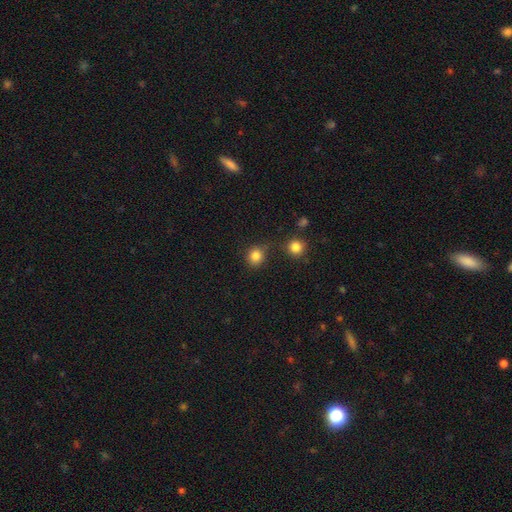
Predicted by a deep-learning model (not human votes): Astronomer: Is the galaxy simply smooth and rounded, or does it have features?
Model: smooth — 83%.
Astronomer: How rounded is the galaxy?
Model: round — 89%.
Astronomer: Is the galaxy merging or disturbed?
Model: none — 77%.